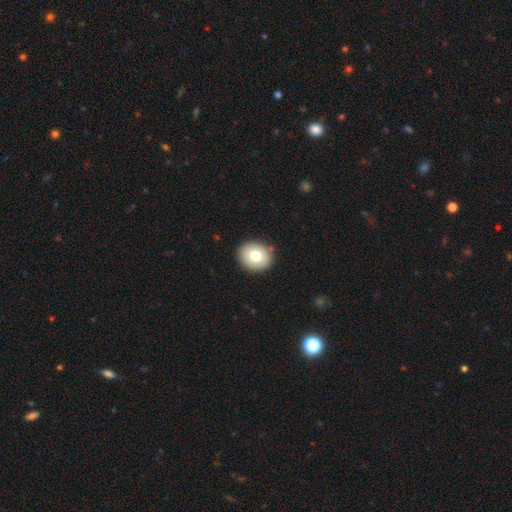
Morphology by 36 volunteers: Volunteers were most divided on "how rounded": round: 73%, in between: 27%, cigar-shaped: 0%. More confident: merging — none (94%); smooth or featured — smooth (72%).